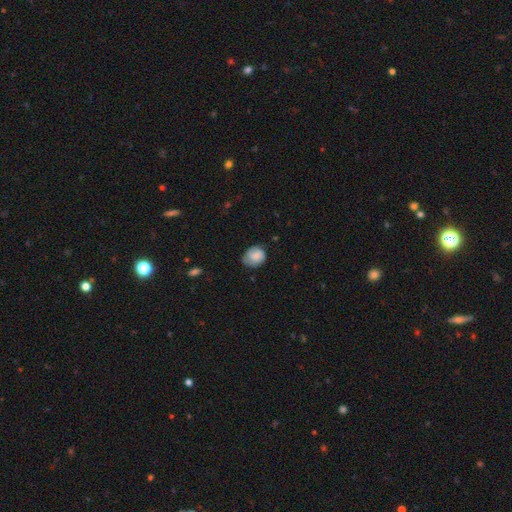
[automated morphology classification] type=smooth (58%); roundness=round (61%); merging=none (65%).